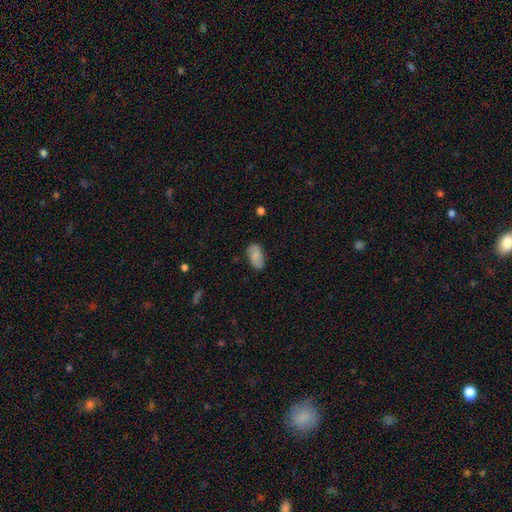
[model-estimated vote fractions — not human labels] Smooth or featured?
  - smooth: 73% *
  - featured or disk: 20%
  - star or artifact: 7%
How rounded?
  - in between: 94% *
  - round: 4%
  - cigar-shaped: 2%
Merging?
  - none: 77% *
  - minor disturbance: 18%
  - major disturbance: 4%
  - merger: 2%